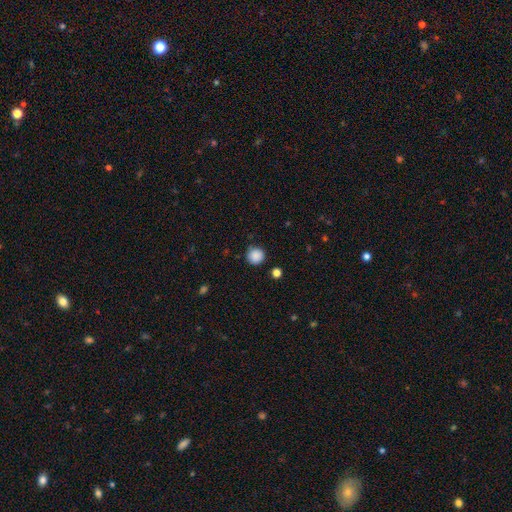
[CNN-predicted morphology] Smooth or featured? smooth (88%)
How rounded? round (95%)
Merging? none (88%)